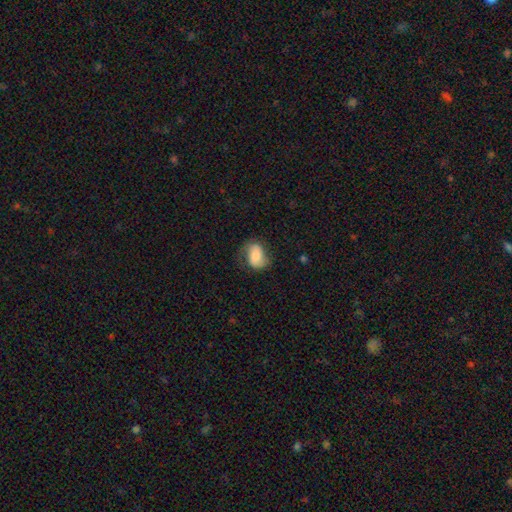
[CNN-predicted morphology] This appears to be a smooth galaxy with no disk features (59%) that is in between round and cigar-shaped (79%). Merging: none (58%).